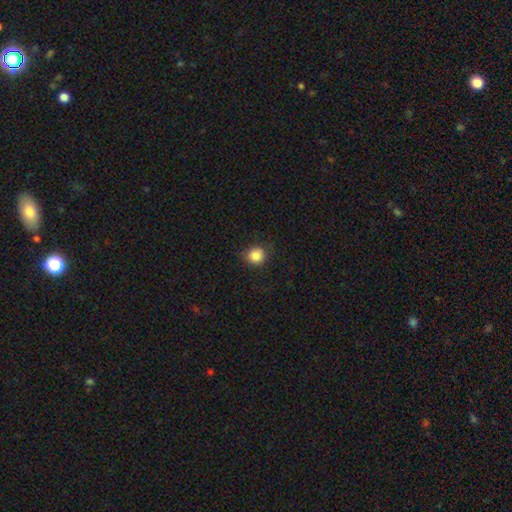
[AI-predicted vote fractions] Q: Smooth or featured?
A: smooth (84%); runner-up: star or artifact (11%)
Q: How rounded?
A: round (88%); runner-up: in between (12%)
Q: Merging?
A: none (83%); runner-up: minor disturbance (13%)